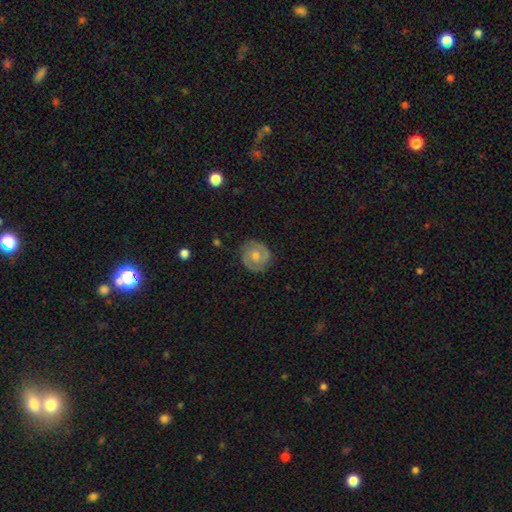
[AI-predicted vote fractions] Smooth or featured: featured or disk — 72% (smooth — 21%)
Edge-on disk: no — 97% (yes — 3%)
Bar: no — 72% (weak — 23%)
Spiral arms: yes — 86% (no — 14%)
Spiral winding: tight — 62% (medium — 31%)
Spiral arm count: 2 — 80% (can't tell — 11%)
Bulge size: moderate — 61% (small — 34%)
Merging: none — 85% (minor disturbance — 11%)